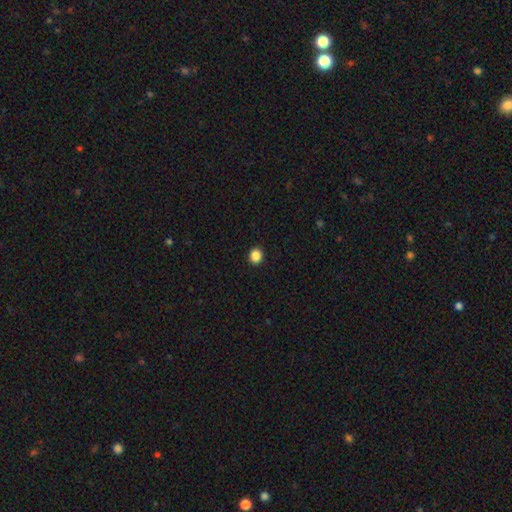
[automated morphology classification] Smooth or featured: smooth — 87% (star or artifact — 10%)
How rounded: round — 80% (in between — 19%)
Merging: none — 93% (minor disturbance — 4%)